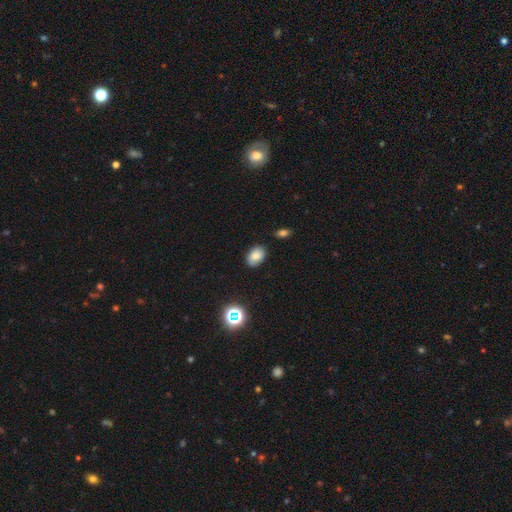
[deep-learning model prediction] Smooth or featured?
  - smooth: 80% *
  - star or artifact: 11%
  - featured or disk: 9%
How rounded?
  - in between: 81% *
  - round: 18%
  - cigar-shaped: 1%
Merging?
  - none: 81% *
  - minor disturbance: 14%
  - major disturbance: 3%
  - merger: 2%